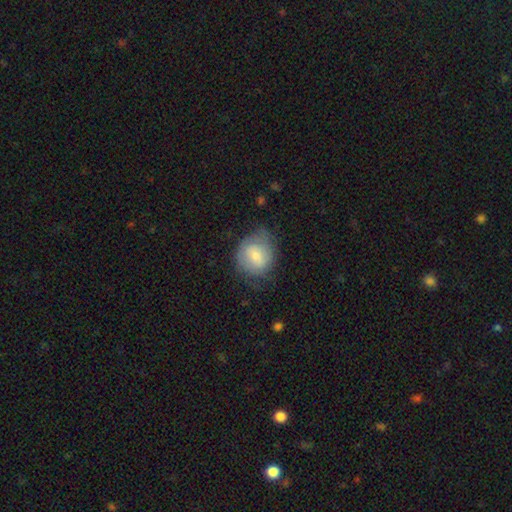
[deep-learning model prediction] smooth-or-featured: smooth: 65% | featured or disk: 28% | star or artifact: 7%
  how-rounded: round: 71% | in between: 28% | cigar-shaped: 1%
  merging: none: 55% | minor disturbance: 30% | major disturbance: 14% | merger: 2%